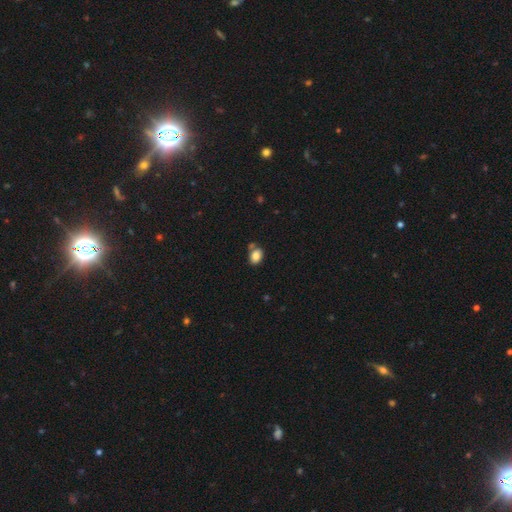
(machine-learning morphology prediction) Smooth or featured? smooth (84%)
How rounded? in between (72%)
Merging? none (63%)